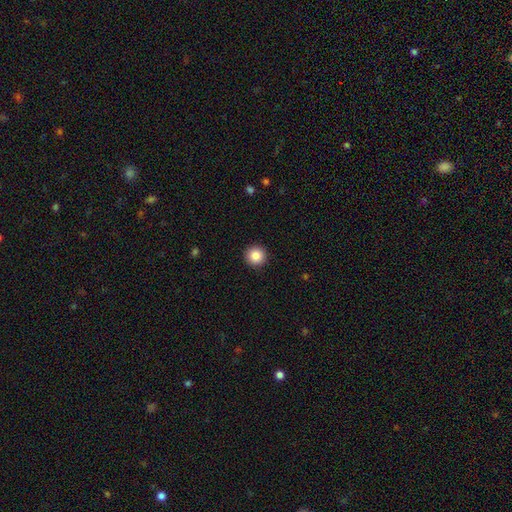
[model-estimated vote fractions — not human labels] Smooth or featured: smooth — 86% (star or artifact — 10%)
How rounded: round — 96% (in between — 3%)
Merging: none — 93% (minor disturbance — 4%)